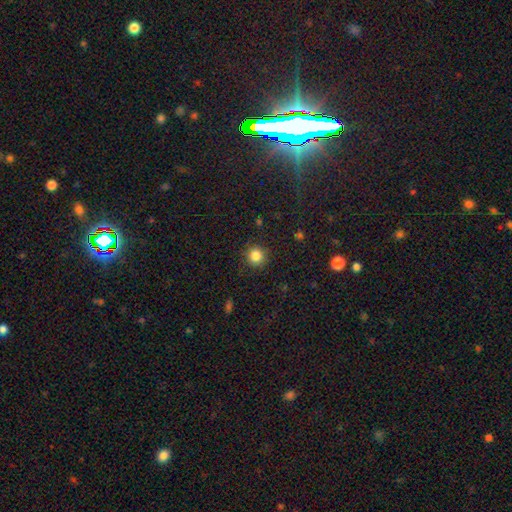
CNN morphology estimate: This appears to be a smooth galaxy with no disk features (84%) that is round (93%). Merging: none (89%).